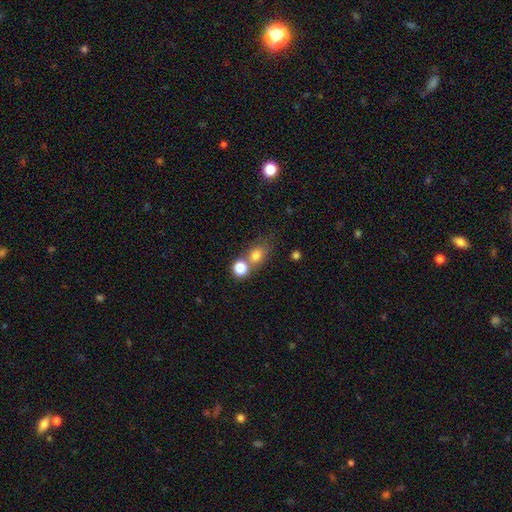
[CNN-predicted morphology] This appears to be a smooth galaxy with no disk features (75%) that is round (56%). Merging: none (47%).